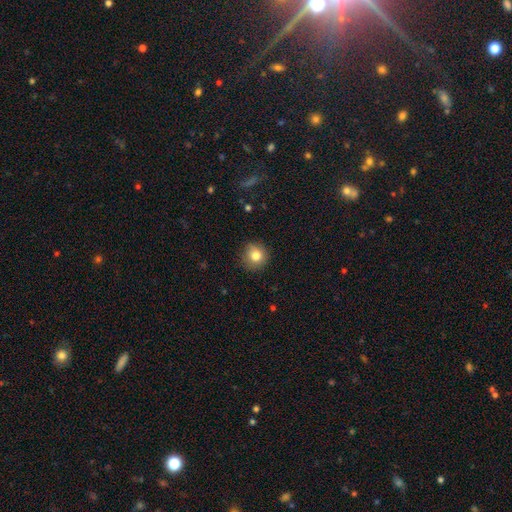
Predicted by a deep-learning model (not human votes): Smooth or featured? Predicted: smooth (p=0.81). How rounded? Predicted: round (p=0.92). Merging? Predicted: none (p=0.87).